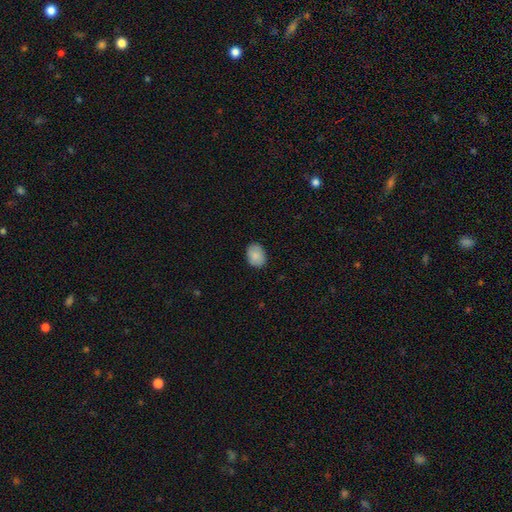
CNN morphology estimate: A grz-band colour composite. It shows a smooth galaxy with no disk features (87%) that is in between round and cigar-shaped (71%). Merging: none (85%).